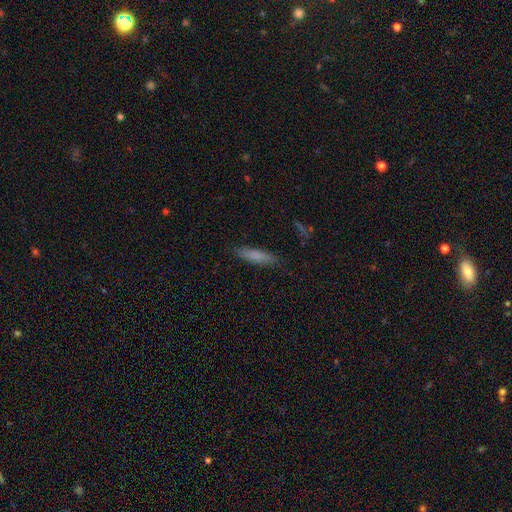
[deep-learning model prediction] smooth-or-featured: smooth: 80% | featured or disk: 12% | star or artifact: 7%
  how-rounded: cigar-shaped: 80% | in between: 19% | round: 1%
  merging: none: 86% | minor disturbance: 10% | major disturbance: 2% | merger: 1%